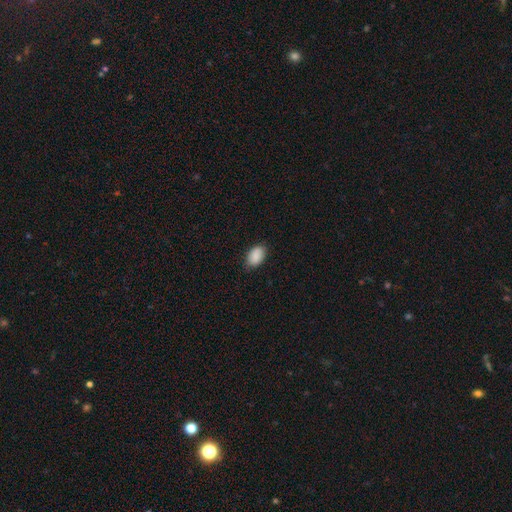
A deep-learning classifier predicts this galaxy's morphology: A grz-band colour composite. It shows a smooth galaxy with no disk features (89%) that is in between round and cigar-shaped (90%). Merging: none (82%).